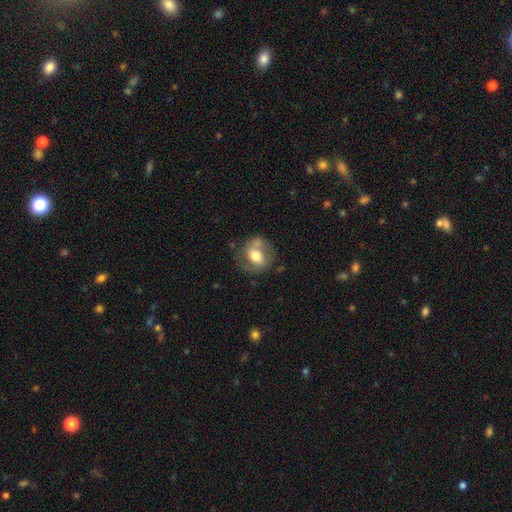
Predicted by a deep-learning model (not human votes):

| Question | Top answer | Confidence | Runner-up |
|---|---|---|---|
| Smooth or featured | featured or disk | 47% | smooth (45%) |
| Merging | none | 65% | minor disturbance (20%) |